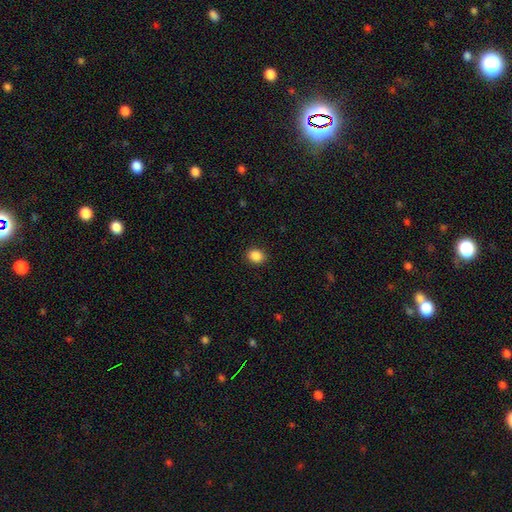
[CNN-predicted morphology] The model was most divided on "how rounded": round: 55%, in between: 44%, cigar-shaped: 1%. More confident: merging — none (90%); smooth or featured — smooth (87%).